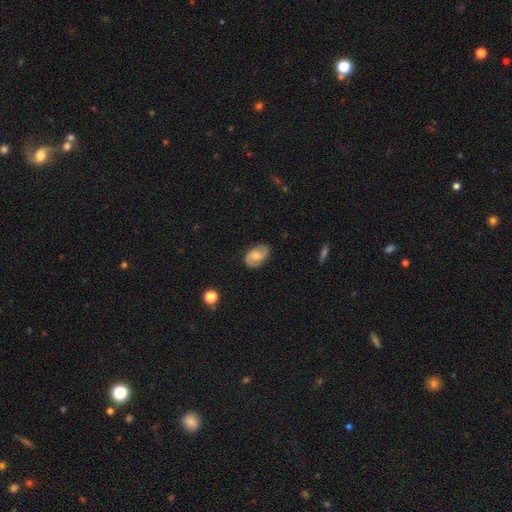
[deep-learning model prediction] This appears to be a featured or disk galaxy (56%) with no bar (60%), spiral arms (91%) and a moderate central bulge (44%). Merging: none (79%).